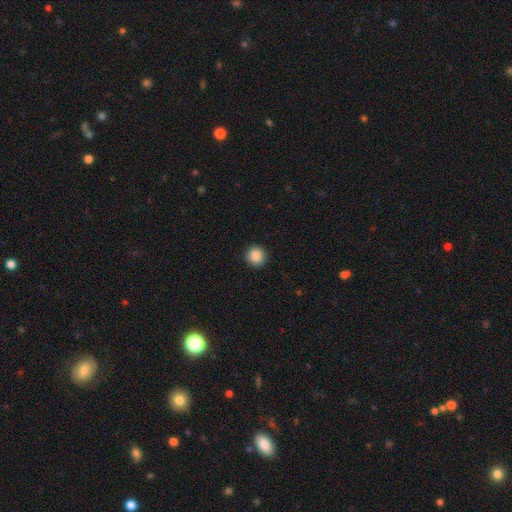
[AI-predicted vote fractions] Overall: smooth (88%). How rounded: round (94%). Merging: none (92%).